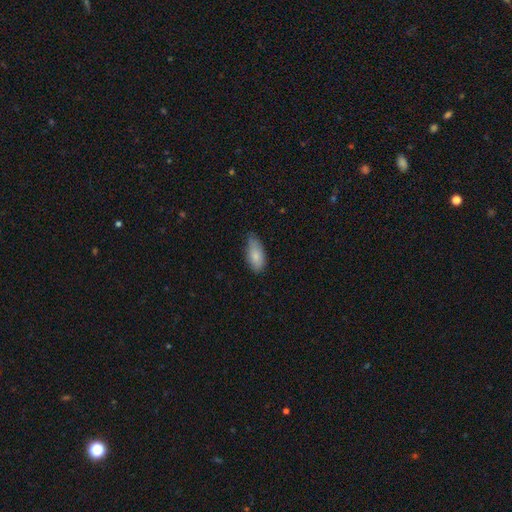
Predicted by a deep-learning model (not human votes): Q: Smooth or featured?
A: smooth (83%); runner-up: featured or disk (11%)
Q: How rounded?
A: in between (86%); runner-up: cigar-shaped (11%)
Q: Merging?
A: none (62%); runner-up: minor disturbance (32%)